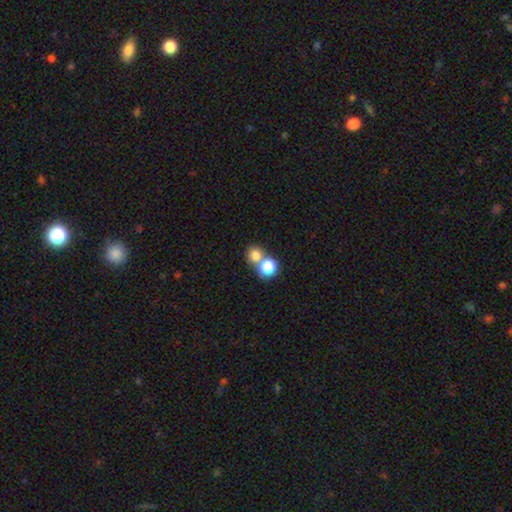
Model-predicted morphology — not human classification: A smooth galaxy with no disk features (77%) that is round (83%).

Vote fractions:
- Smooth or featured? smooth: 77% / star or artifact: 14% / featured or disk: 10%
- How rounded? round: 83% / in between: 16% / cigar-shaped: 1%
- Merging? merger: 48% / none: 43% / minor disturbance: 6% / major disturbance: 3%